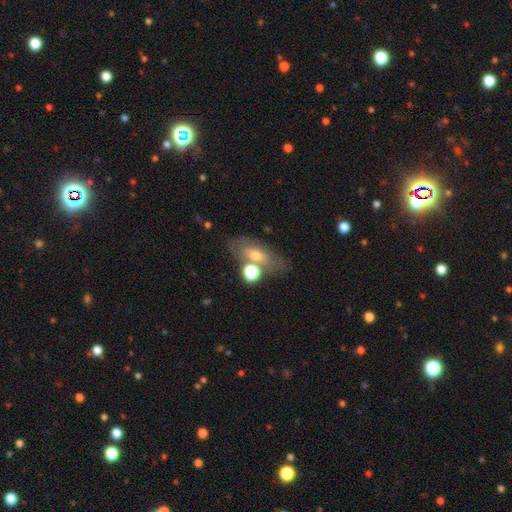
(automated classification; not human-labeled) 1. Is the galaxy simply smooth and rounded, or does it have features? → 54% smooth, 33% featured or disk, 12% star or artifact.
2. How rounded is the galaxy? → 75% in between, 13% round, 12% cigar-shaped.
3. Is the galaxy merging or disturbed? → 60% none, 17% merger, 15% minor disturbance, 7% major disturbance.